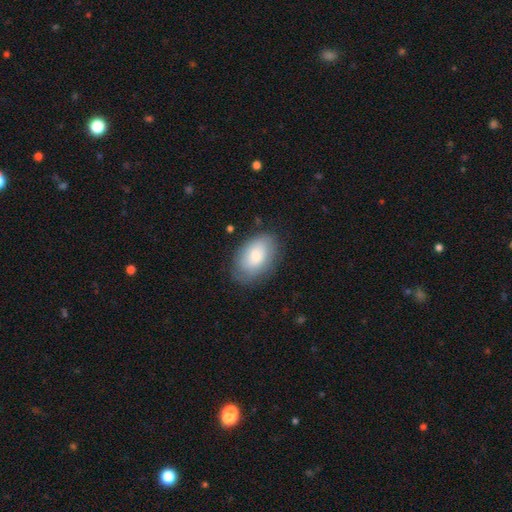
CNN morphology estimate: The model was most divided on "merging": none: 75%, minor disturbance: 18%, major disturbance: 6%, merger: 1%. More confident: how rounded — in between (91%); smooth or featured — smooth (78%).